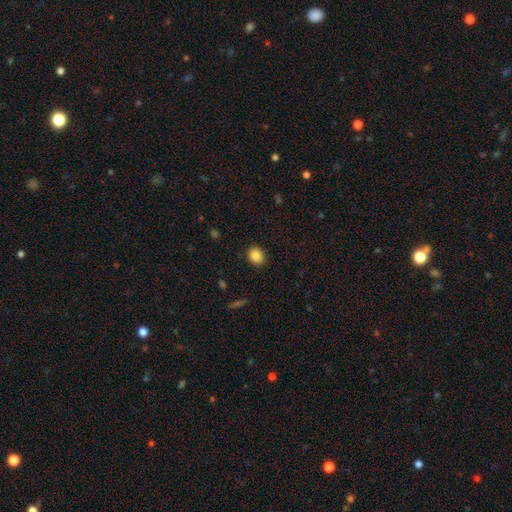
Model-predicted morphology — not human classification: smooth 87%, star or artifact 9%, featured or disk 4%. Down the decision tree: how rounded — round (59%); merging — none (87%).